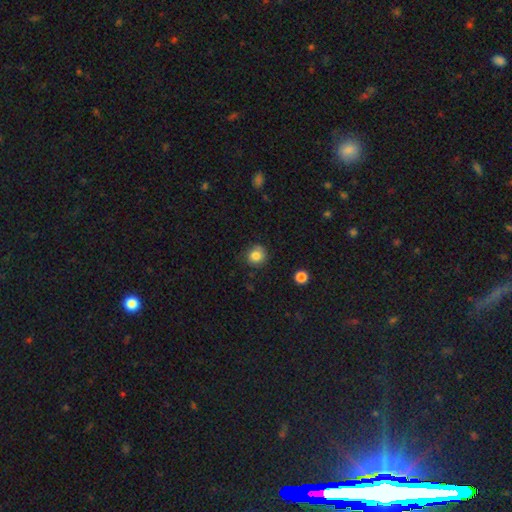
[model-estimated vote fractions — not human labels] The model was most divided on "merging": none: 80%, minor disturbance: 15%, major disturbance: 3%, merger: 2%. More confident: how rounded — round (88%); smooth or featured — smooth (83%).